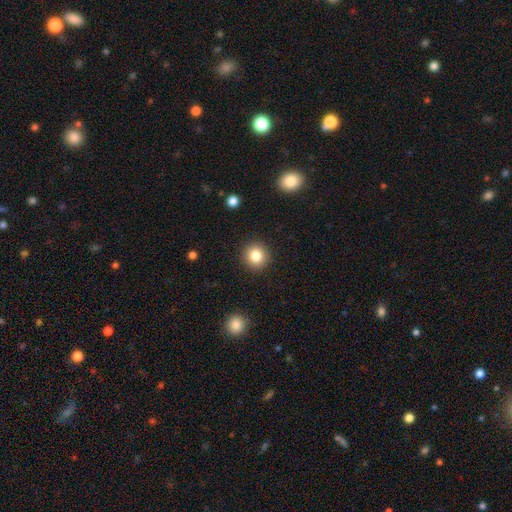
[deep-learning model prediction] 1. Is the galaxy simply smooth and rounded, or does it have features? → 83% smooth, 10% star or artifact, 7% featured or disk.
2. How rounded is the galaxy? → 93% round, 6% in between, 1% cigar-shaped.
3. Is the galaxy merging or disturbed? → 92% none, 5% minor disturbance, 2% major disturbance, 1% merger.